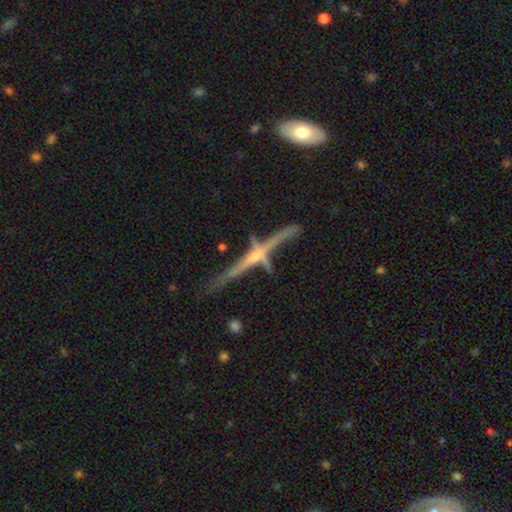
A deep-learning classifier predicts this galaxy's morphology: A featured or disk galaxy (77%) viewed edge-on (96%) with a rounded central bulge (70%). Merging: none (65%).